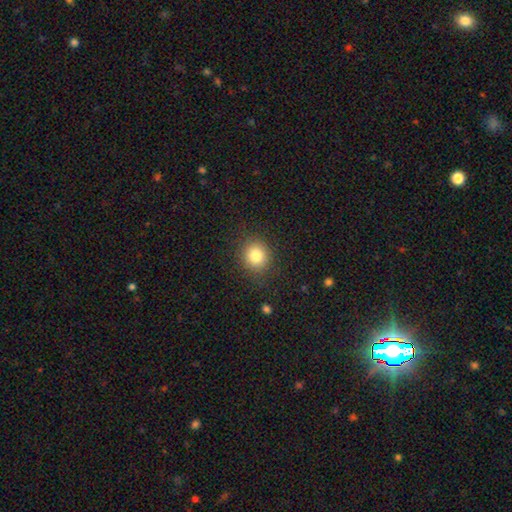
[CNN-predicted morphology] smooth 81%, star or artifact 11%, featured or disk 7%. Down the decision tree: how rounded — round (81%); merging — none (87%).